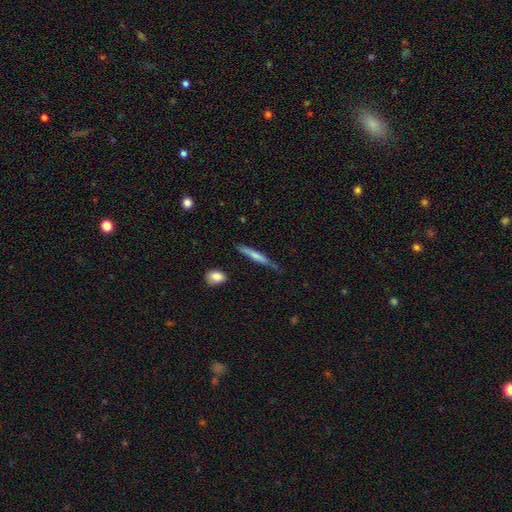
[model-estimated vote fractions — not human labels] smooth_or_featured: smooth (p=0.61) [alt: featured or disk p=0.33]
how_rounded: cigar-shaped (p=0.93) [alt: in between p=0.05]
merging: none (p=0.71) [alt: minor disturbance p=0.21]